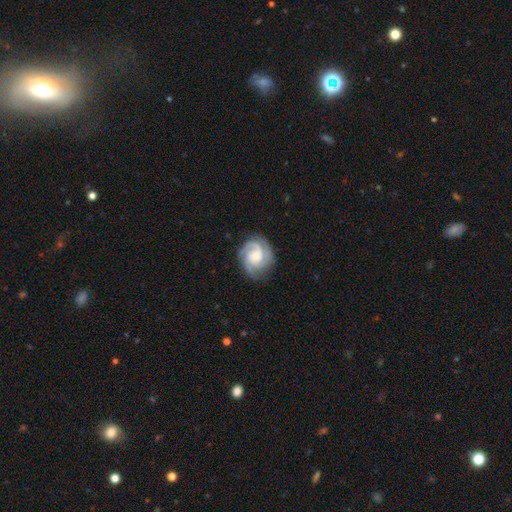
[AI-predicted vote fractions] Smooth or featured?
  - featured or disk: 86% *
  - smooth: 10%
  - star or artifact: 5%
Edge-on disk?
  - no: 98% *
  - yes: 2%
Bar?
  - no: 65% *
  - weak: 29%
  - strong: 5%
Spiral arms?
  - yes: 98% *
  - no: 2%
Spiral winding?
  - tight: 61% *
  - medium: 34%
  - loose: 6%
Spiral arm count?
  - 2: 41% *
  - 3: 37%
  - can't tell: 10%
  - 1: 4%
  - 4: 4%
  - more than 4: 3%
Bulge size?
  - small: 46% *
  - moderate: 39%
  - large: 7%
  - none: 7%
  - dominant: 2%
Merging?
  - none: 78% *
  - minor disturbance: 15%
  - major disturbance: 5%
  - merger: 1%